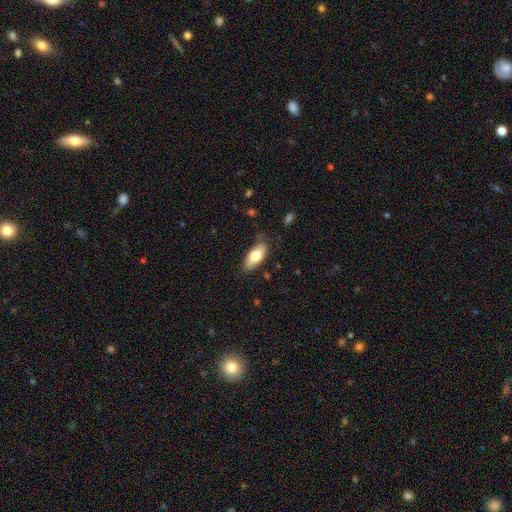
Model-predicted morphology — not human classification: This is likely a smooth galaxy (77%). How rounded: clearly in between (85%). Merging: likely none (75%).